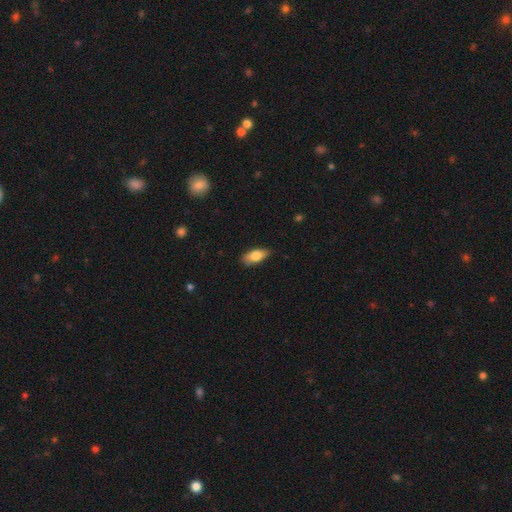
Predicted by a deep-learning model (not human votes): This appears to be a smooth galaxy with no disk features (79%) that is in between round and cigar-shaped (85%). Merging: none (77%).